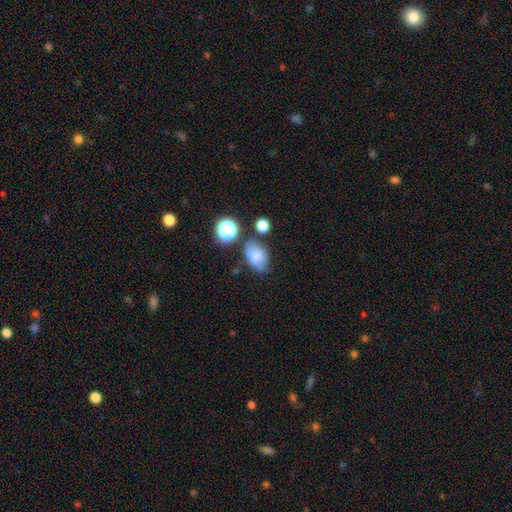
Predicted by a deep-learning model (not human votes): Smooth or featured? smooth (76%)
How rounded? in between (85%)
Merging? none (63%)